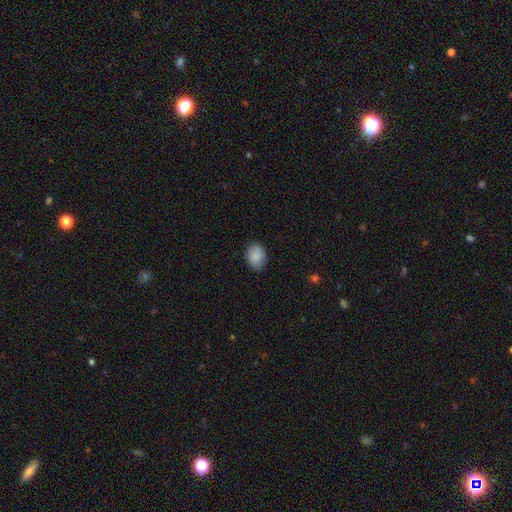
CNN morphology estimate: Smooth or featured?
  - smooth: 86% *
  - featured or disk: 7%
  - star or artifact: 7%
How rounded?
  - in between: 65% *
  - round: 34%
  - cigar-shaped: 1%
Merging?
  - none: 82% *
  - minor disturbance: 14%
  - major disturbance: 3%
  - merger: 1%